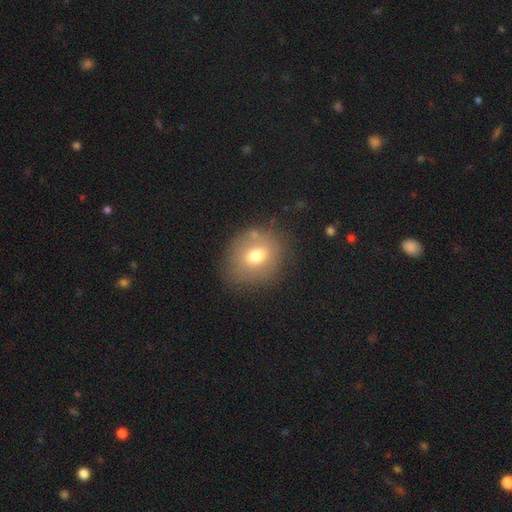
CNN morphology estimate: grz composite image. It shows a smooth galaxy with no disk features (68%) that is round (57%). Merging: none (76%).